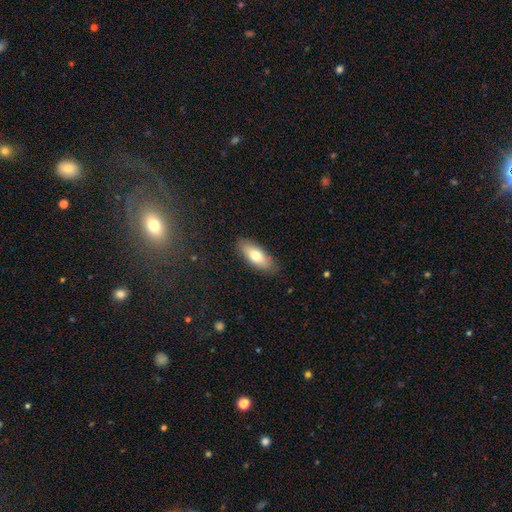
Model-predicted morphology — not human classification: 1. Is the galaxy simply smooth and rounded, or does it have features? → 73% smooth, 20% featured or disk, 6% star or artifact.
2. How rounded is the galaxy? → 76% in between, 22% cigar-shaped, 2% round.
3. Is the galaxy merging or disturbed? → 87% none, 10% minor disturbance, 2% major disturbance, 1% merger.